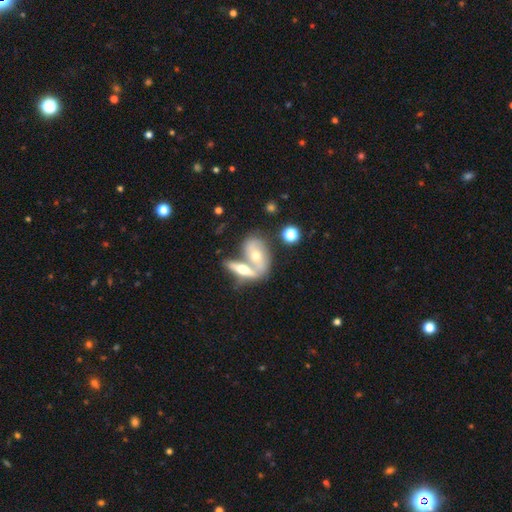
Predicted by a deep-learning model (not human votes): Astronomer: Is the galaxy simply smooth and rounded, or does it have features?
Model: featured or disk — 57% (runner-up: smooth, 36%).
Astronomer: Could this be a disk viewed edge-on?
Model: no — 71%.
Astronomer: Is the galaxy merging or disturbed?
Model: merger — 57%.